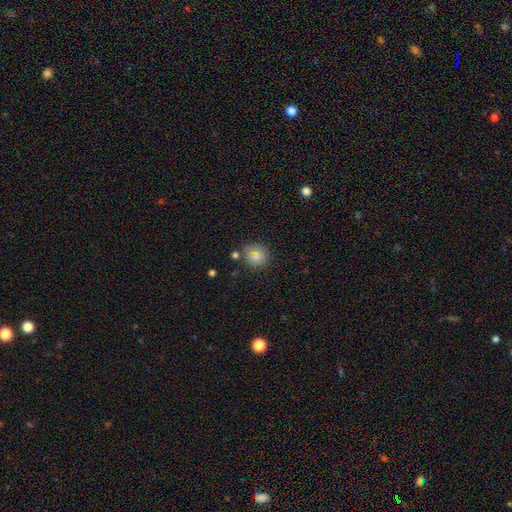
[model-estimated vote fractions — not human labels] Overall: smooth (73%). How rounded: round (81%). Merging: none (82%).